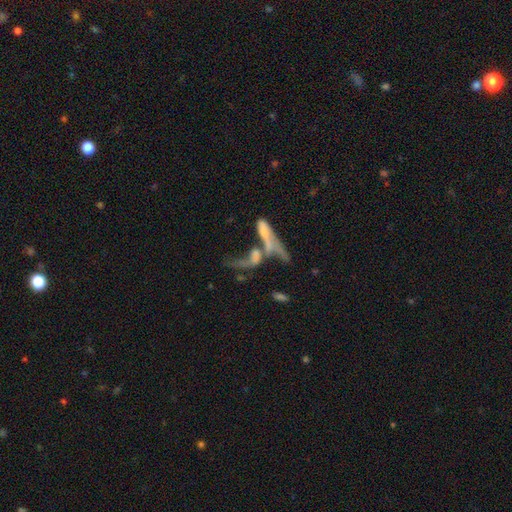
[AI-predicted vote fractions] Smooth or featured? featured or disk (57%)
Edge-on disk? no (76%)
Merging? merger (64%)